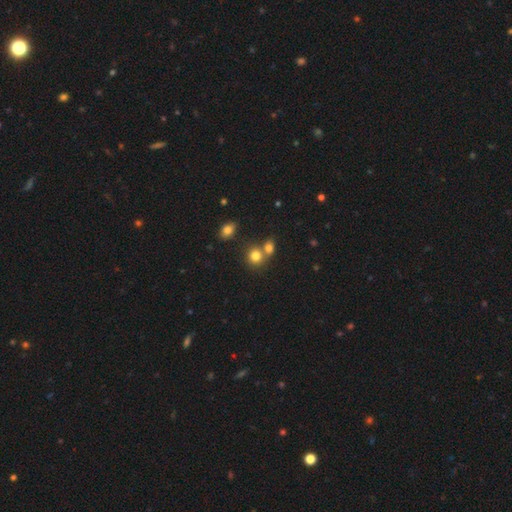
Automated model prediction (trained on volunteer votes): A smooth galaxy with no disk features (80%) that is round (78%).

Vote fractions:
- Smooth or featured? smooth: 80% / star or artifact: 12% / featured or disk: 8%
- How rounded? round: 78% / in between: 21% / cigar-shaped: 1%
- Merging? none: 49% / merger: 40% / minor disturbance: 8% / major disturbance: 3%